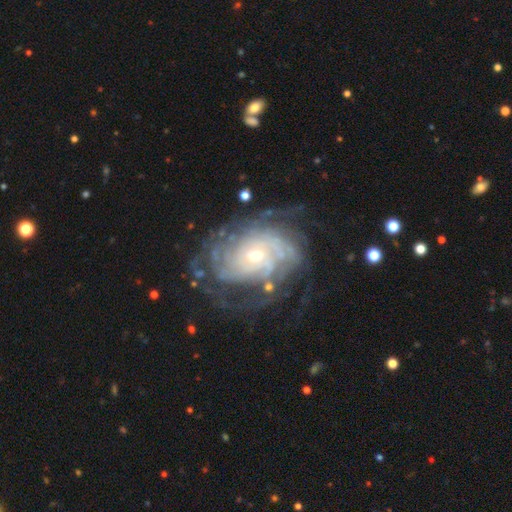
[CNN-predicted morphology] This appears to be a featured or disk galaxy (89%) with no bar (74%), tight (73%) spiral arms (96%) and a small central bulge (54%). Merging: none (68%).